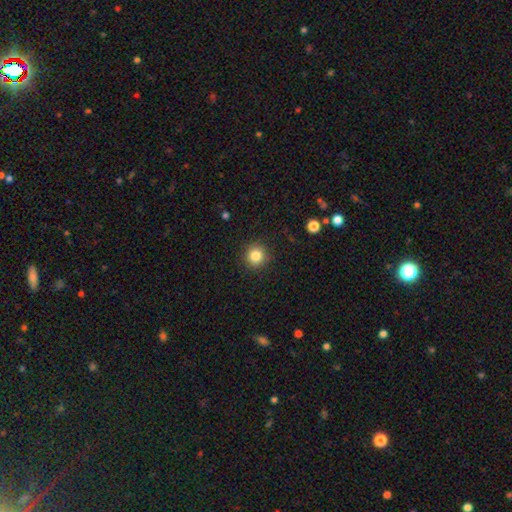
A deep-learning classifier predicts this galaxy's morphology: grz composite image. It shows a smooth galaxy with no disk features (83%) that is round (93%). Merging: none (90%).